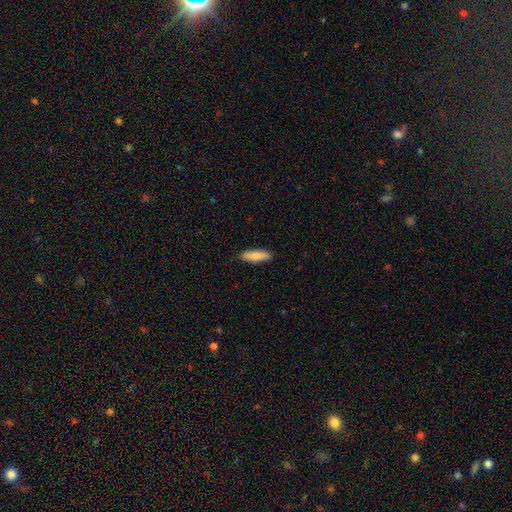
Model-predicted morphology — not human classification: smooth_or_featured: smooth (p=0.85) [alt: featured or disk p=0.10]
how_rounded: cigar-shaped (p=0.63) [alt: in between p=0.36]
merging: none (p=0.90) [alt: minor disturbance p=0.08]